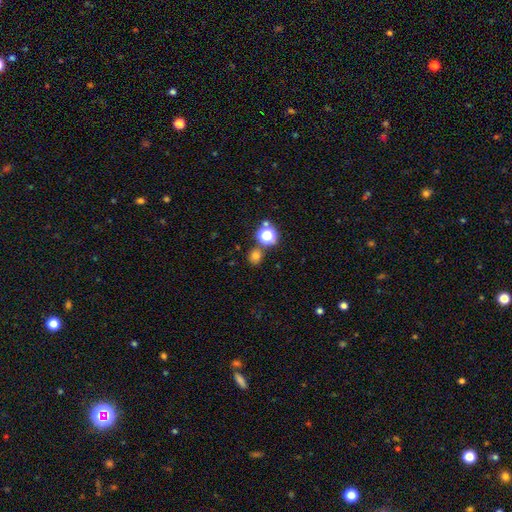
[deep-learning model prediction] Smooth or featured?
  - smooth: 71% *
  - star or artifact: 23%
  - featured or disk: 6%
How rounded?
  - round: 84% *
  - in between: 15%
  - cigar-shaped: 1%
Merging?
  - none: 78% *
  - merger: 10%
  - minor disturbance: 9%
  - major disturbance: 3%